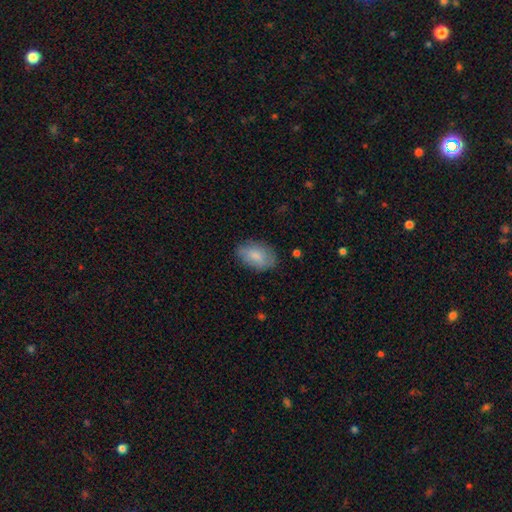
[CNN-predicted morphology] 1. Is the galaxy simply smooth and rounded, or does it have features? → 79% smooth, 15% featured or disk, 6% star or artifact.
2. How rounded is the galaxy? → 90% in between, 8% round, 2% cigar-shaped.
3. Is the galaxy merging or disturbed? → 75% none, 20% minor disturbance, 5% major disturbance, 1% merger.